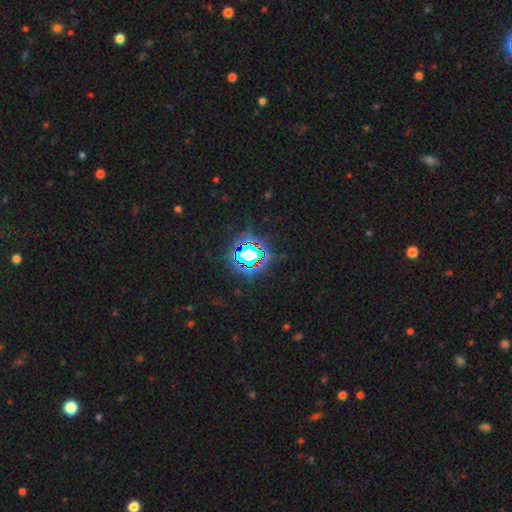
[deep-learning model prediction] Smooth or featured: star or artifact — 81% (smooth — 12%)